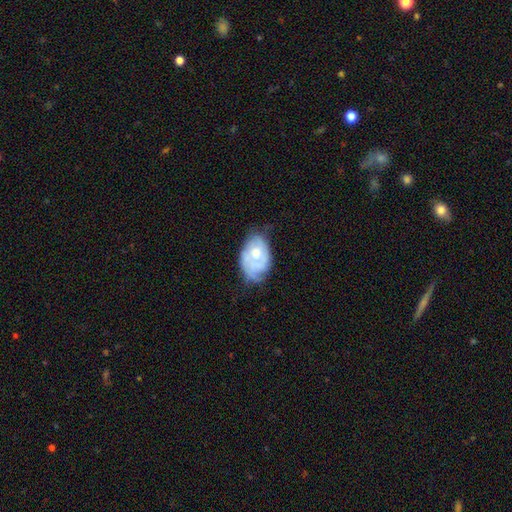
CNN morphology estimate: A featured or disk galaxy (59%) with no bar (81%), spiral arms (66%) and a moderate central bulge (60%). Merging: none (47%).